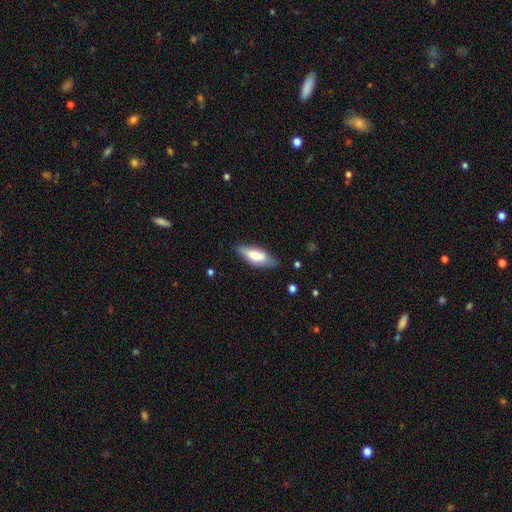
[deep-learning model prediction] A smooth galaxy with no disk features (69%) that is in between round and cigar-shaped (65%). Merging: none (74%).